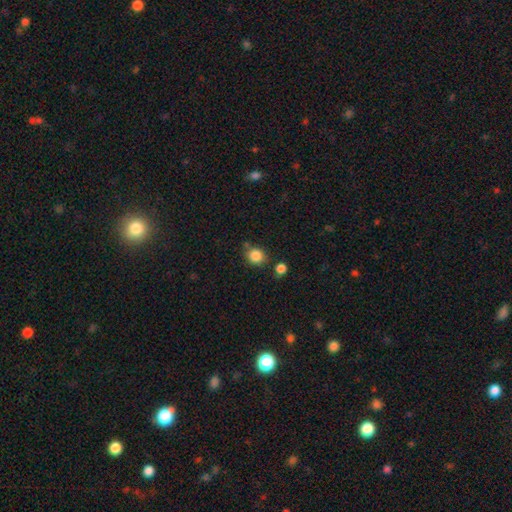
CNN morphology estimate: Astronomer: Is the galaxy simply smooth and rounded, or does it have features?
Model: smooth — 85%.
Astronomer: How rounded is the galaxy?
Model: round — 75%.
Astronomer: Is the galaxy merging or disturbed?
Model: none — 73%.